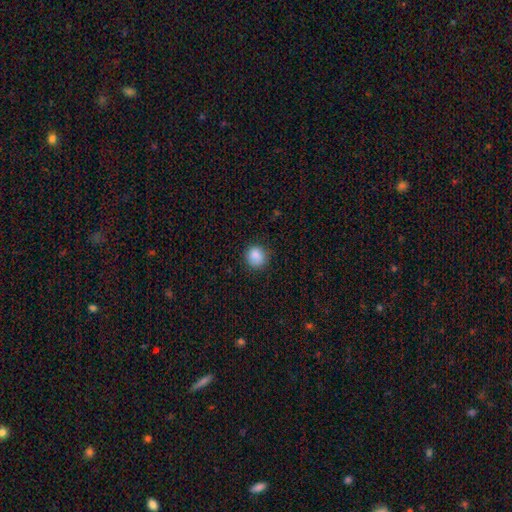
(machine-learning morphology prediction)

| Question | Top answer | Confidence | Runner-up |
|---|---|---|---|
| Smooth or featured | smooth | 87% | star or artifact (9%) |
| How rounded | round | 84% | in between (15%) |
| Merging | none | 85% | minor disturbance (12%) |